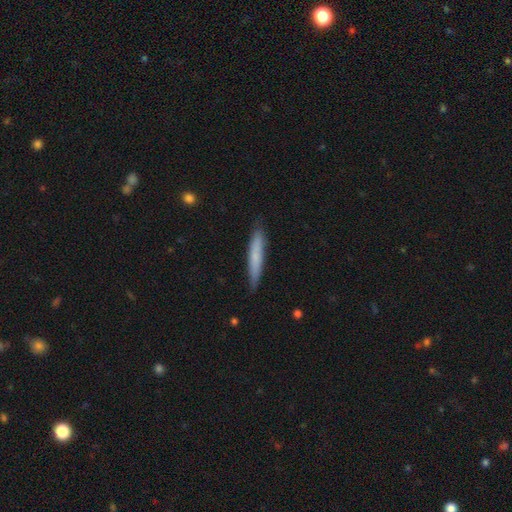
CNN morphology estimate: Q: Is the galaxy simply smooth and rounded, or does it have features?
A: smooth — 70%.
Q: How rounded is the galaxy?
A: cigar-shaped — 93%.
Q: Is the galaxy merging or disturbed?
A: none — 83%.